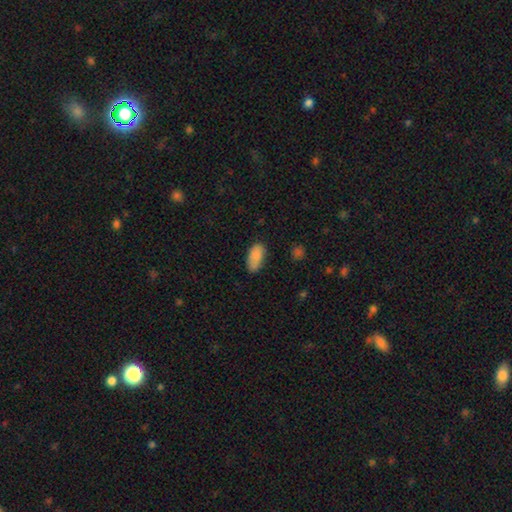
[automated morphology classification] The model was most divided on "merging": none: 67%, minor disturbance: 24%, major disturbance: 5%, merger: 3%. More confident: how rounded — in between (92%); smooth or featured — smooth (85%).